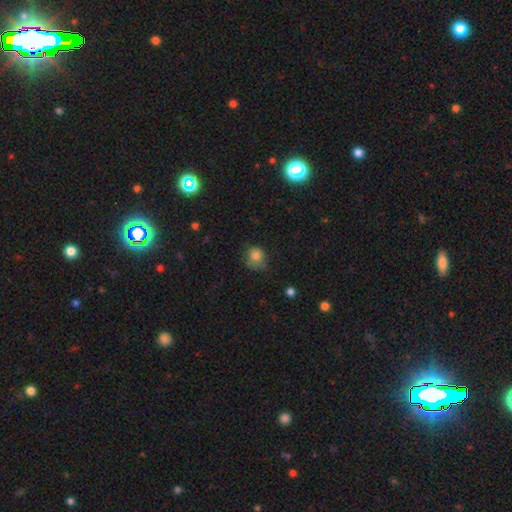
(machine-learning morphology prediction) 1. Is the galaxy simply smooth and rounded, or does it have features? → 82% smooth, 11% star or artifact, 7% featured or disk.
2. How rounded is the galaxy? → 83% round, 16% in between, 1% cigar-shaped.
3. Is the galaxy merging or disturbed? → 62% none, 27% minor disturbance, 9% major disturbance, 2% merger.